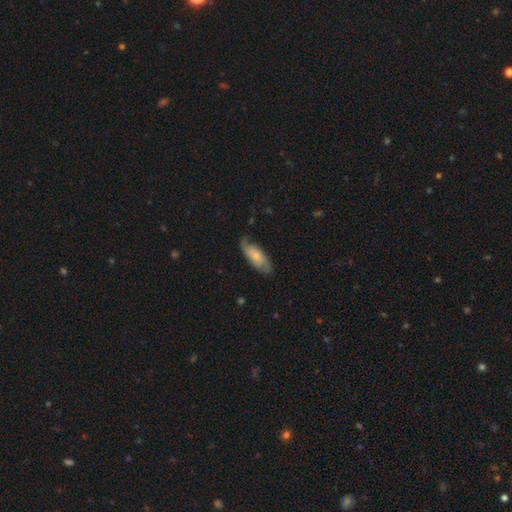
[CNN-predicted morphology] featured or disk 53%, smooth 40%, star or artifact 6%. Down the decision tree: edge-on disk — no (86%); merging — none (70%).